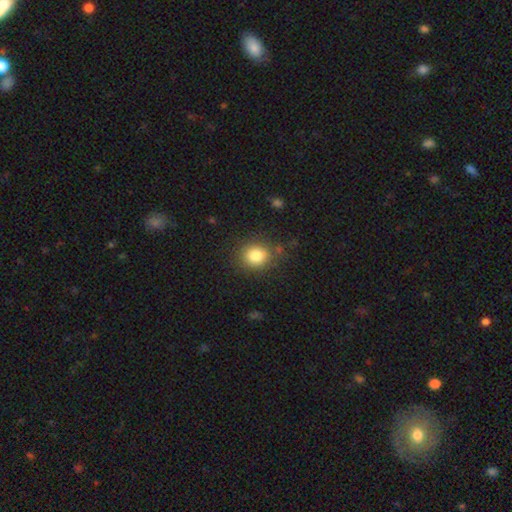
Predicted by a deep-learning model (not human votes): smooth_or_featured: smooth (p=0.83) [alt: star or artifact p=0.10]
how_rounded: round (p=0.73) [alt: in between p=0.26]
merging: none (p=0.82) [alt: minor disturbance p=0.12]